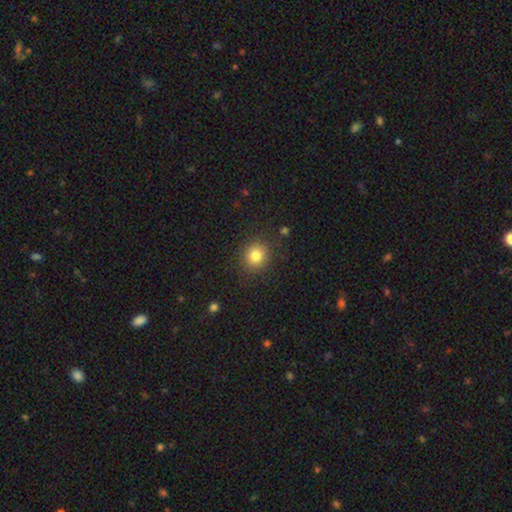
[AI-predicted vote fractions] Smooth or featured: smooth — 81% (star or artifact — 12%)
How rounded: round — 87% (in between — 12%)
Merging: none — 88% (minor disturbance — 8%)